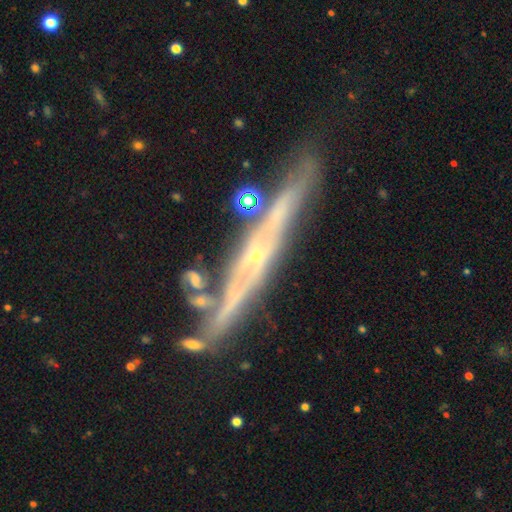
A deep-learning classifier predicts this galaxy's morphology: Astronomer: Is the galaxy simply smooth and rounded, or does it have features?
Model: featured or disk — 81%.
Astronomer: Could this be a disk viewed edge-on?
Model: yes — 83%.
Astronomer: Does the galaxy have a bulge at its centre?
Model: rounded — 51% (runner-up: none, 45%).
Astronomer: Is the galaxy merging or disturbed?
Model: none — 76%.